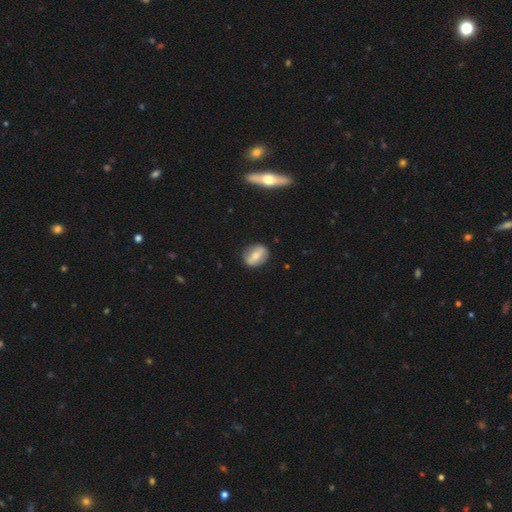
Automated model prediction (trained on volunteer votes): Q: Smooth or featured?
A: smooth (50%); runner-up: featured or disk (43%)
Q: Merging?
A: none (85%); runner-up: minor disturbance (11%)